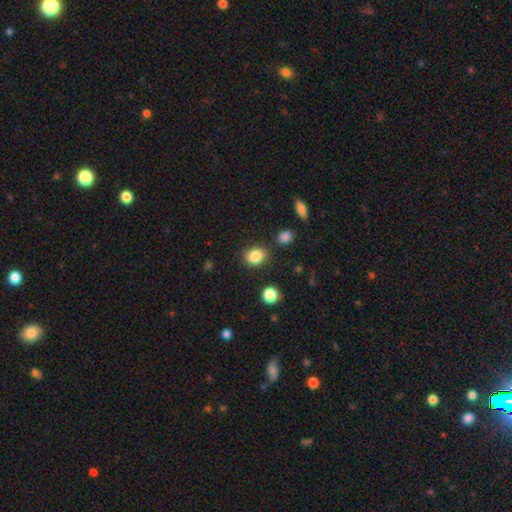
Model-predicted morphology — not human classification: Overall: smooth (85%). How rounded: in between (56%; round 42%). Merging: none (78%).